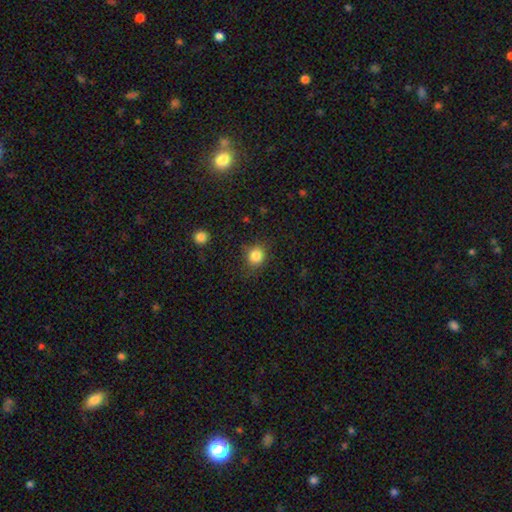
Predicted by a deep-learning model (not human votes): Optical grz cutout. It shows a smooth galaxy with no disk features (84%) that is round (84%). Merging: none (82%).